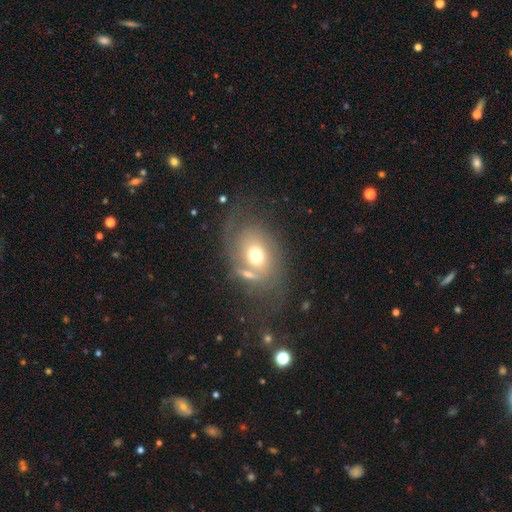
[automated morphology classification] Smooth or featured? Predicted: featured or disk (p=0.45, tied with smooth). Merging? Predicted: none (p=0.43).